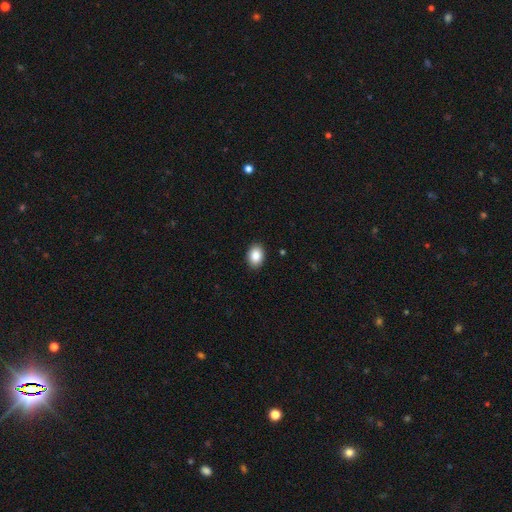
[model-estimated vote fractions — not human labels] Overall: smooth (87%). How rounded: in between (76%). Merging: none (90%).